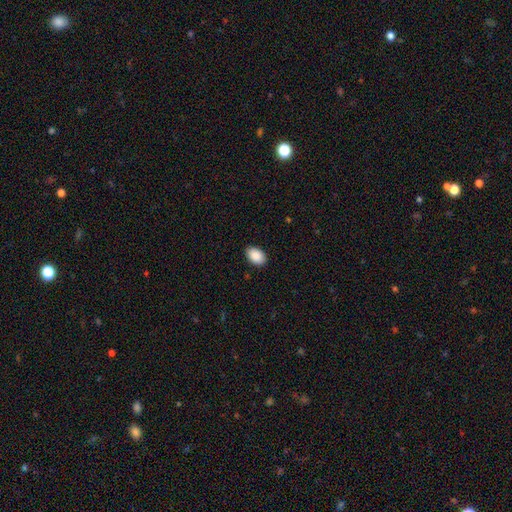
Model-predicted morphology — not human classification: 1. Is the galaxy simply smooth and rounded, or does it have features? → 91% smooth, 7% star or artifact, 3% featured or disk.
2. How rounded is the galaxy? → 89% in between, 10% round, 1% cigar-shaped.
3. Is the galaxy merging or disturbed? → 89% none, 9% minor disturbance, 2% major disturbance, 1% merger.